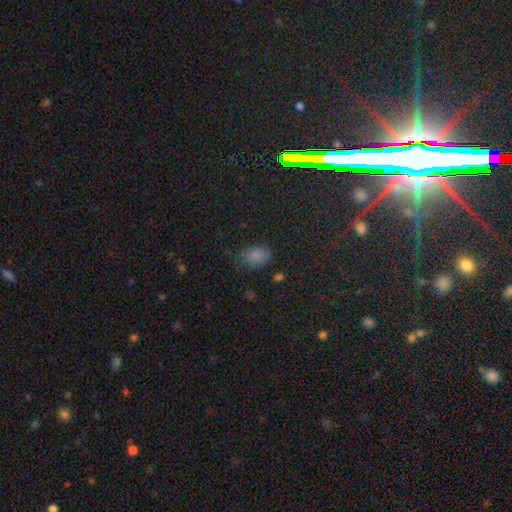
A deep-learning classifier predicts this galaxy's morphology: Smooth or featured? smooth (72%)
How rounded? in between (78%)
Merging? none (63%)